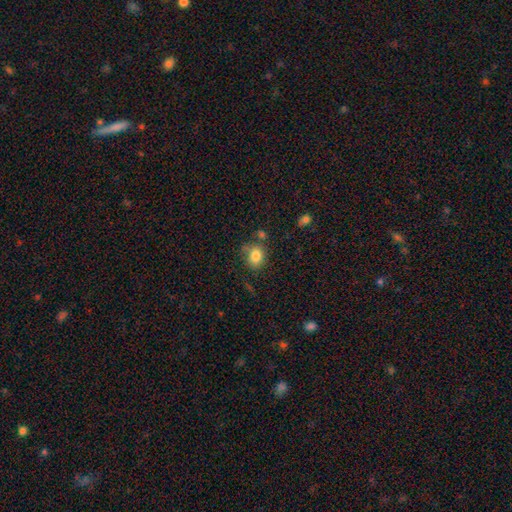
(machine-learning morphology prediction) smooth_or_featured: smooth (p=0.83) [alt: star or artifact p=0.10]
how_rounded: round (p=0.57) [alt: in between p=0.42]
merging: none (p=0.69) [alt: minor disturbance p=0.18]